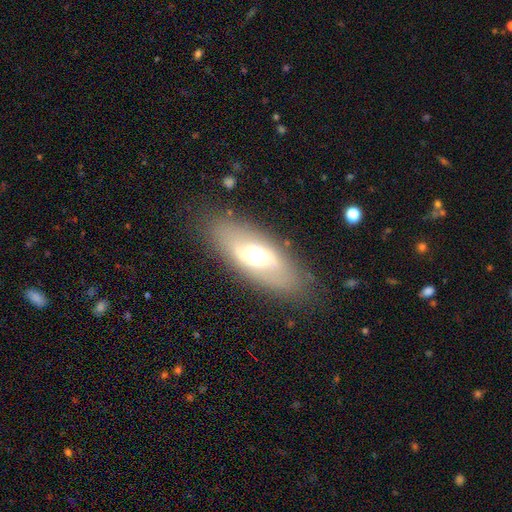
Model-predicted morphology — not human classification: Smooth or featured? featured or disk (52%)
Edge-on disk? no (79%)
Merging? none (82%)